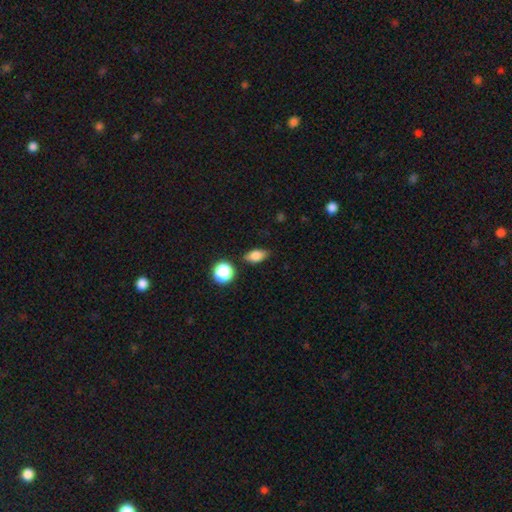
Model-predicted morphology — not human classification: A smooth galaxy with no disk features (79%) that is in between round and cigar-shaped (78%). Merging: none (79%).